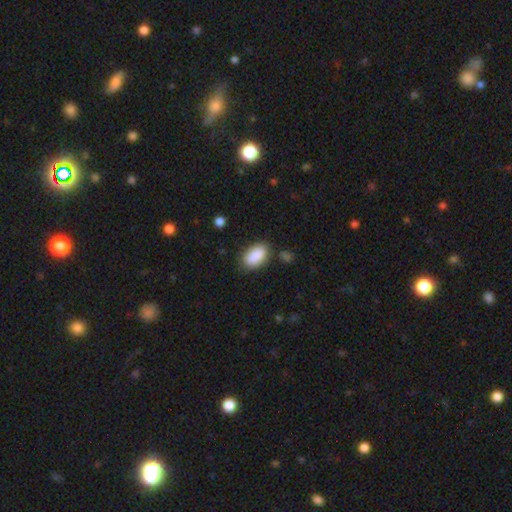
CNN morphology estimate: Q: Smooth or featured?
A: smooth (89%); runner-up: star or artifact (6%)
Q: How rounded?
A: in between (93%); runner-up: round (4%)
Q: Merging?
A: none (80%); runner-up: minor disturbance (13%)